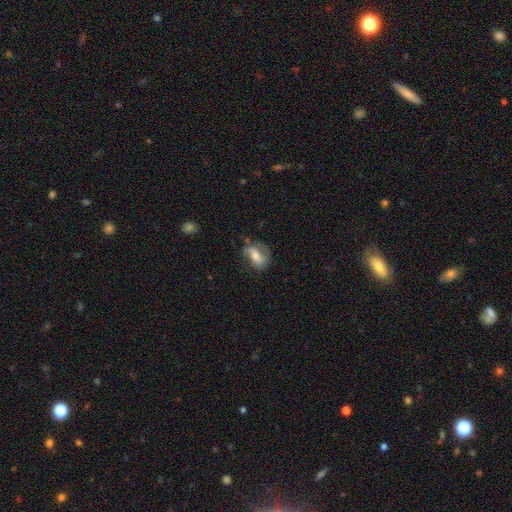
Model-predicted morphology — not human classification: smooth-or-featured: featured or disk: 62% | smooth: 30% | star or artifact: 8%
  disk-edge-on: no: 96% | yes: 4%
    bar: no: 39% (tied) | weak: 39% (tied) | strong: 22%
    has-spiral-arms: yes: 86% | no: 14%
      spiral-winding: medium: 44% | loose: 32% | tight: 24%
      spiral-arm-count: 2: 71% | 1: 14% | can't tell: 10% | 3: 2% | 4: 1% | more than 4: 1%
    bulge-size: moderate: 56% | small: 30% | large: 9% | none: 4% | dominant: 1%
  merging: none: 57% | minor disturbance: 24% | major disturbance: 16% | merger: 2%